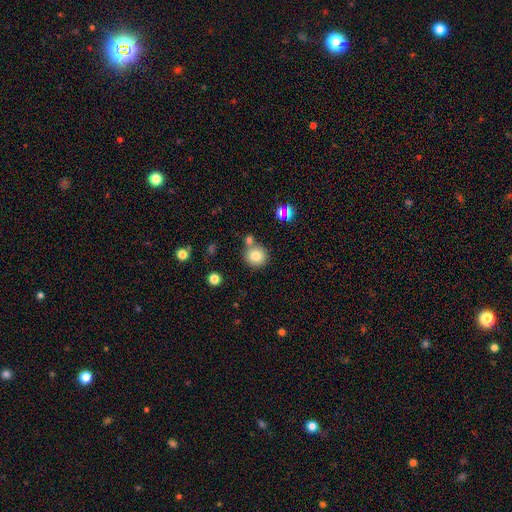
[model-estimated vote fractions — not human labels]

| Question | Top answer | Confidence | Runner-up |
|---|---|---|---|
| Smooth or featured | smooth | 80% | star or artifact (12%) |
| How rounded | round | 89% | in between (10%) |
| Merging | none | 70% | merger (17%) |